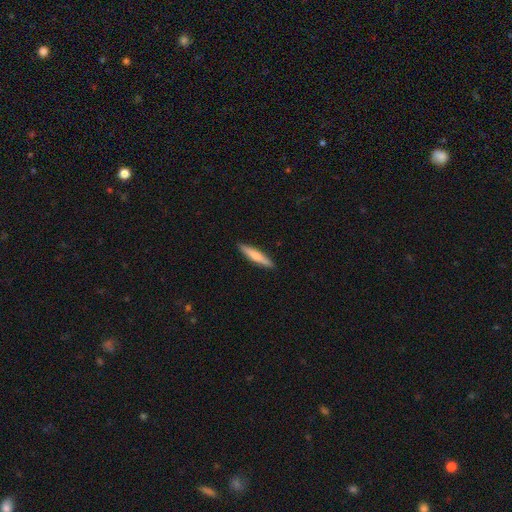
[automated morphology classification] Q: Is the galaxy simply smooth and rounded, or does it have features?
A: smooth — 61%.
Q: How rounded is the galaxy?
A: cigar-shaped — 89%.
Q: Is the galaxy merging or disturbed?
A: none — 91%.